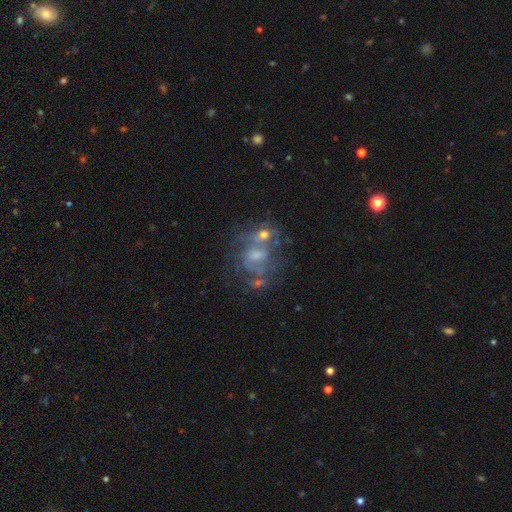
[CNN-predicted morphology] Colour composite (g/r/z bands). It shows a featured or disk galaxy (66%) with no bar (57%), spiral arms (56%) and a small central bulge (43%). Merging: merger (35%).